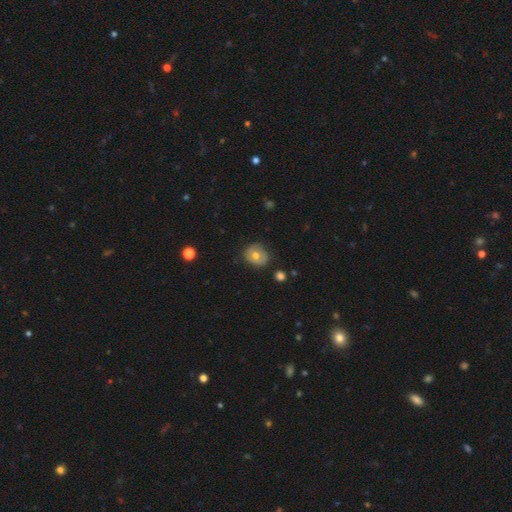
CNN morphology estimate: smooth-or-featured: smooth: 60% | featured or disk: 32% | star or artifact: 9%
  how-rounded: round: 73% | in between: 26% | cigar-shaped: 1%
  merging: none: 73% | minor disturbance: 21% | major disturbance: 5% | merger: 2%